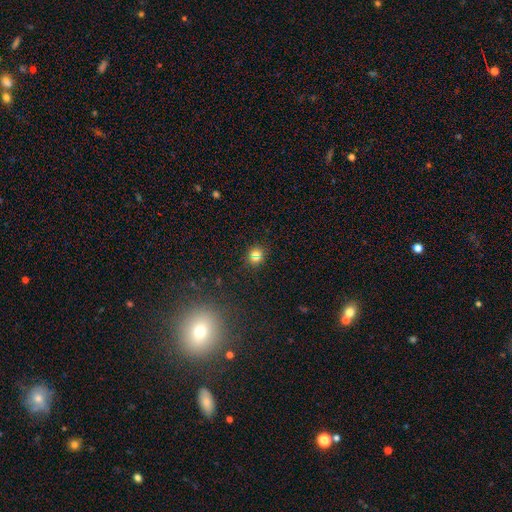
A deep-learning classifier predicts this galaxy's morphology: type=smooth (70%); roundness=round (80%); merging=none (67%).